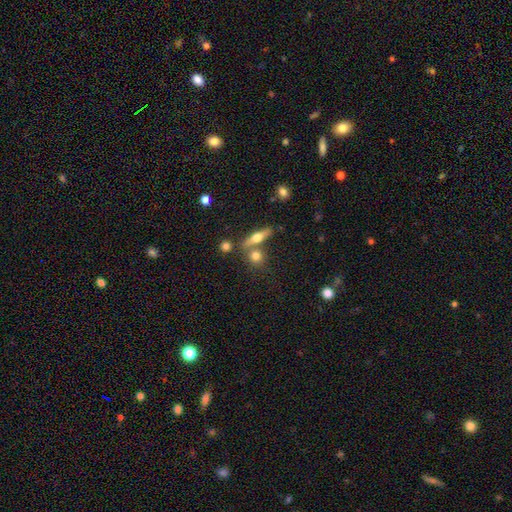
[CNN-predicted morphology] Smooth or featured? smooth (65%)
How rounded? round (60%)
Merging? none (62%)